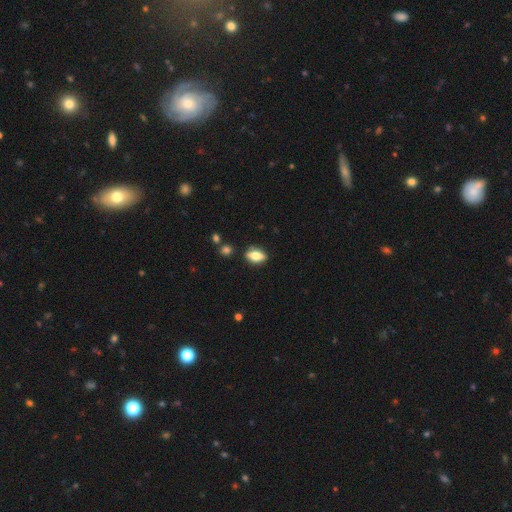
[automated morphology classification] The model was most divided on "smooth or featured": smooth: 62%, featured or disk: 29%, star or artifact: 9%. More confident: merging — none (82%); how rounded — in between (80%).